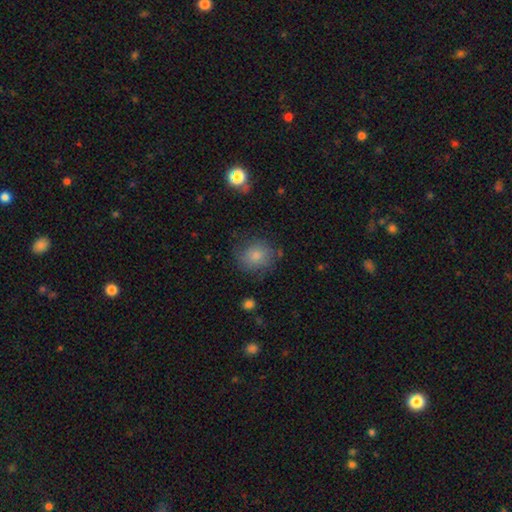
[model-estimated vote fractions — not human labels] Smooth or featured: smooth — 79% (featured or disk — 12%)
How rounded: round — 75% (in between — 24%)
Merging: none — 66% (minor disturbance — 22%)